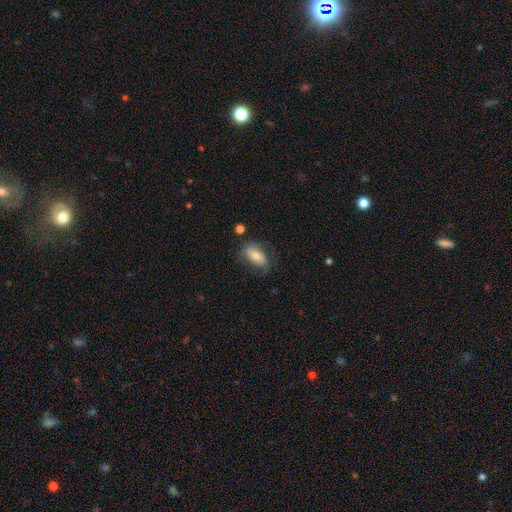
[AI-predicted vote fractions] Overall: smooth (58%; featured or disk 34%). How rounded: in between (88%). Merging: none (62%; minor disturbance 23%).